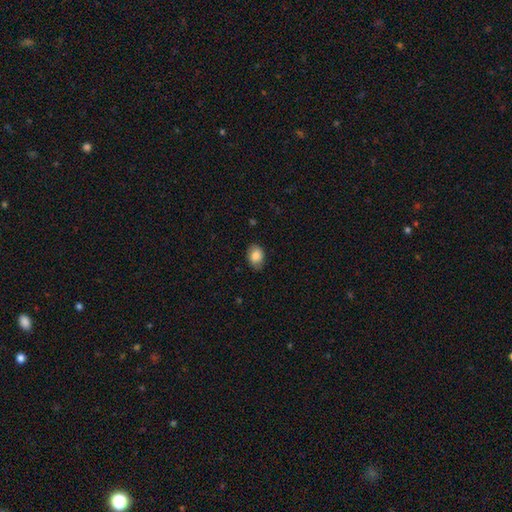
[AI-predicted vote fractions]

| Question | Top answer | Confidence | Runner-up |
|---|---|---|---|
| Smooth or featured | smooth | 82% | featured or disk (10%) |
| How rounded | in between | 77% | round (22%) |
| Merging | none | 80% | minor disturbance (16%) |